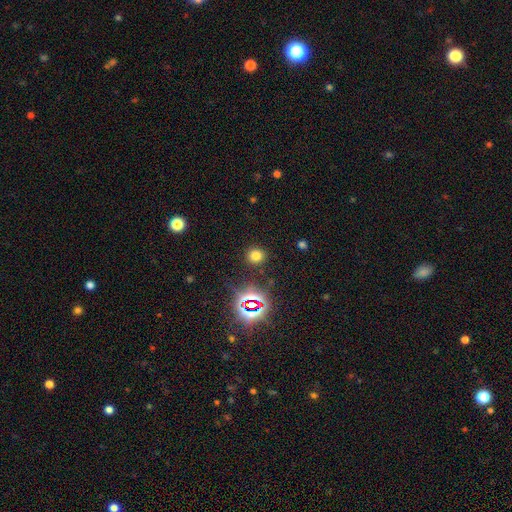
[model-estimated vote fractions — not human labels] Smooth or featured? smooth (68%)
How rounded? round (81%)
Merging? none (87%)